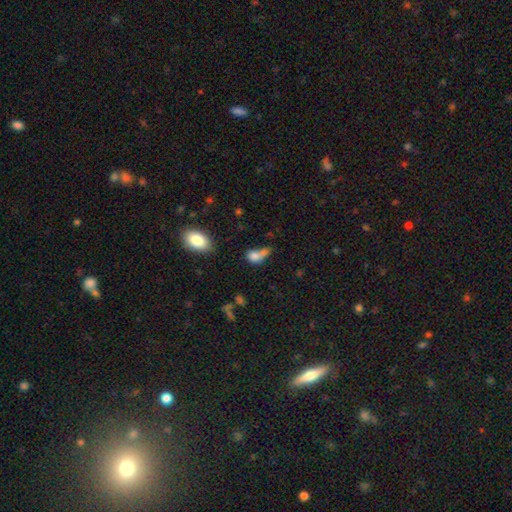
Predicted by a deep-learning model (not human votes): Smooth or featured? smooth (79%)
How rounded? in between (59%)
Merging? merger (48%)